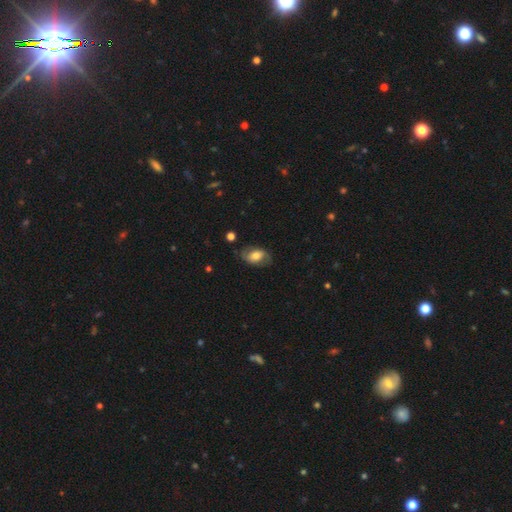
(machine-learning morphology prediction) type=smooth (50%); merging=none (67%).